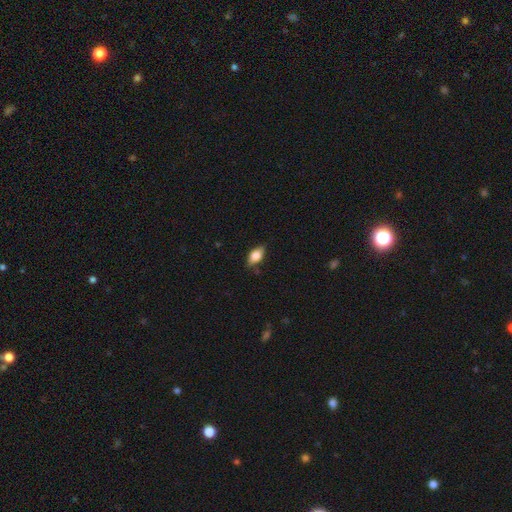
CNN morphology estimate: smooth-or-featured: smooth: 67% | featured or disk: 25% | star or artifact: 7%
  how-rounded: in between: 86% | cigar-shaped: 9% | round: 6%
  merging: none: 80% | minor disturbance: 16% | major disturbance: 3% | merger: 1%